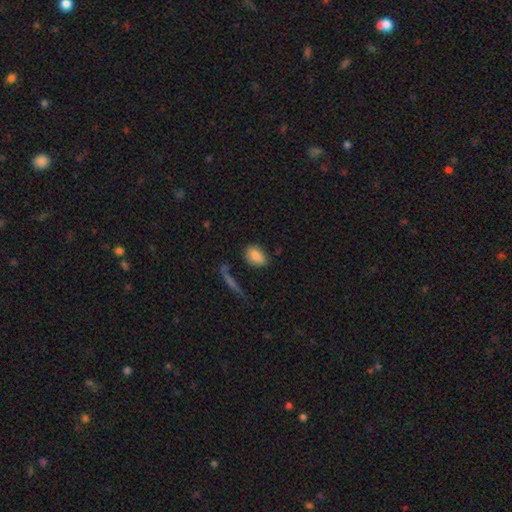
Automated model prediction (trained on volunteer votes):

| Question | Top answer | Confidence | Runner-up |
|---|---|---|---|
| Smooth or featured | smooth | 84% | star or artifact (8%) |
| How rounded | in between | 83% | round (14%) |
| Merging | none | 70% | minor disturbance (19%) |